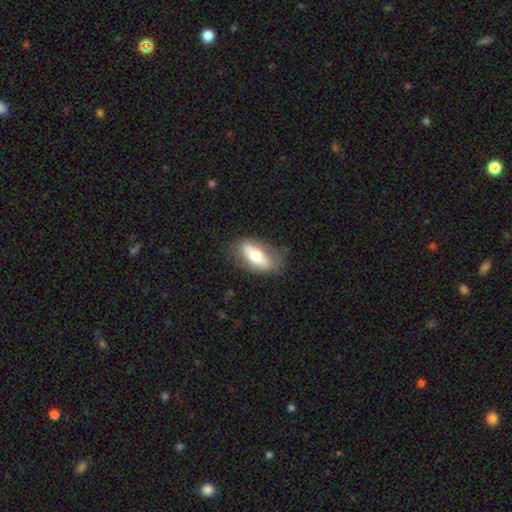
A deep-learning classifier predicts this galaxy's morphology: smooth-or-featured: smooth: 56% | featured or disk: 38% | star or artifact: 6%
  how-rounded: in between: 81% | cigar-shaped: 14% | round: 4%
  merging: none: 76% | minor disturbance: 16% | major disturbance: 6% | merger: 1%